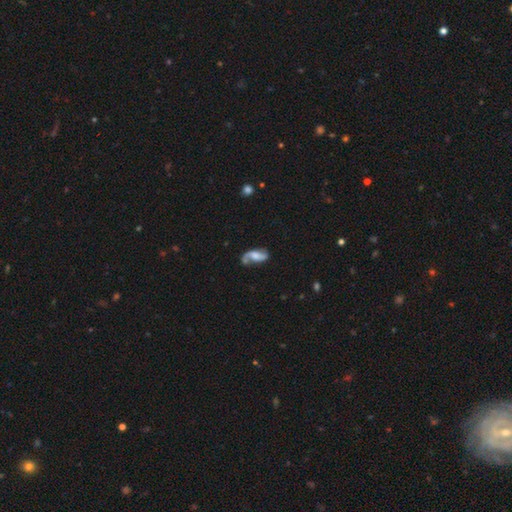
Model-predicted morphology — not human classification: smooth_or_featured: featured or disk (p=0.69) [alt: smooth p=0.24]
disk_edge_on: no (p=0.94) [alt: yes p=0.06]
bar: no (p=0.47) [alt: weak p=0.37]
has_spiral_arms: yes (p=0.91) [alt: no p=0.09]
spiral_winding: loose (p=0.63) [alt: medium p=0.27]
spiral_arm_count: 2 (p=0.77) [alt: 1 p=0.17]
bulge_size: moderate (p=0.32) [alt: small p=0.25]
merging: none (p=0.54) [alt: minor disturbance p=0.23]